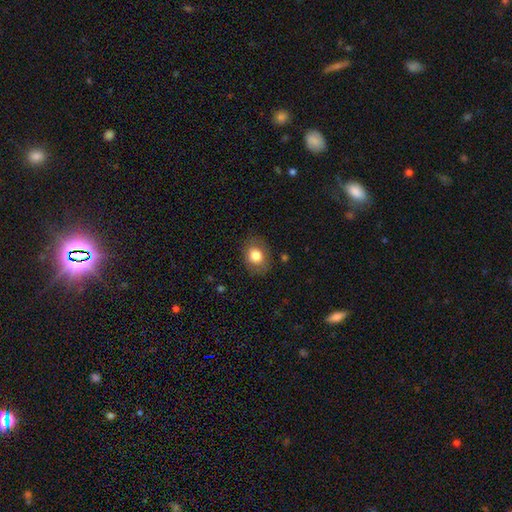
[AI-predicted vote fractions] Smooth or featured: smooth — 79% (featured or disk — 12%)
How rounded: in between — 50% (tied with round — 50%)
Merging: none — 81% (minor disturbance — 13%)